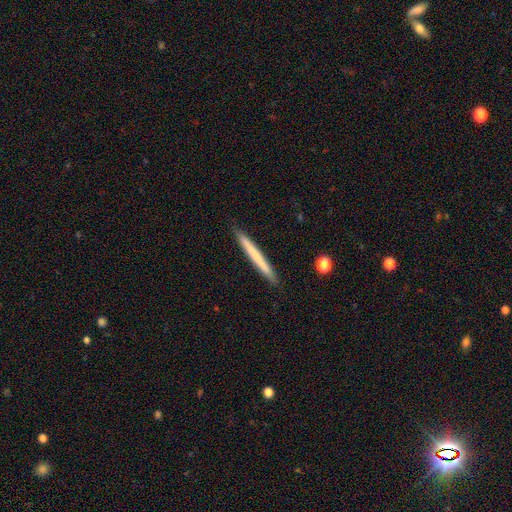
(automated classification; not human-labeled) This is likely a smooth galaxy (61%). How rounded: clearly cigar-shaped (97%). Merging: clearly none (91%).